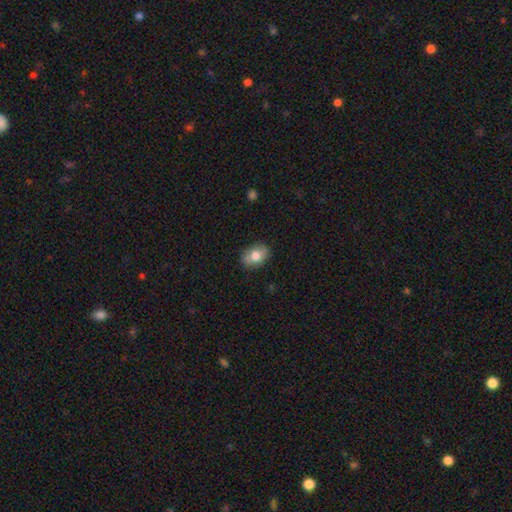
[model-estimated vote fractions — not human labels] Smooth or featured? Predicted: smooth (p=0.77). How rounded? Predicted: in between (p=0.81). Merging? Predicted: none (p=0.85).